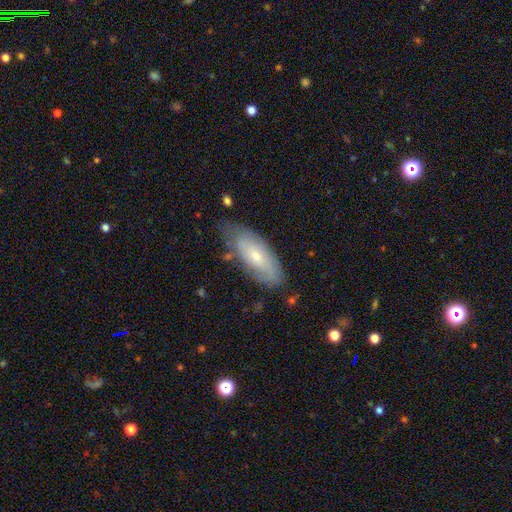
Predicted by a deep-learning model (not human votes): A smooth galaxy with no disk features (48%). Merging: none (68%).